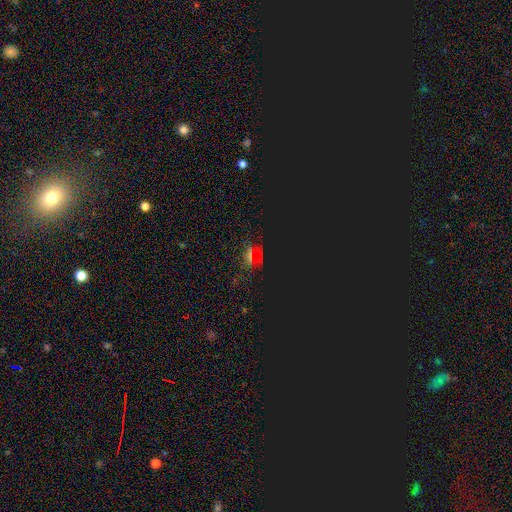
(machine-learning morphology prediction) This appears to be a star or artifact, not a galaxy (69%).